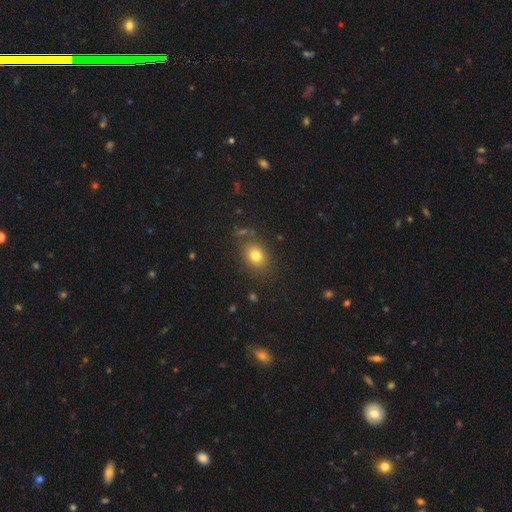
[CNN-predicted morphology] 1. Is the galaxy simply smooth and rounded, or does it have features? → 78% smooth, 13% star or artifact, 9% featured or disk.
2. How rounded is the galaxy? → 54% in between, 45% round, 1% cigar-shaped.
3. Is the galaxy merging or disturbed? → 80% none, 12% minor disturbance, 4% major disturbance, 4% merger.